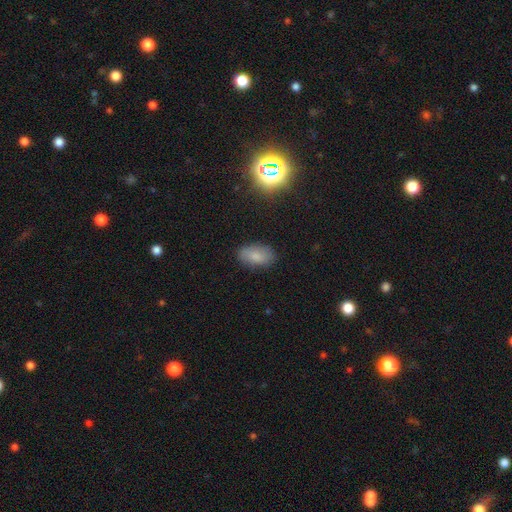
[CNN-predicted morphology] Overall: smooth (79%). How rounded: in between (93%). Merging: none (82%).